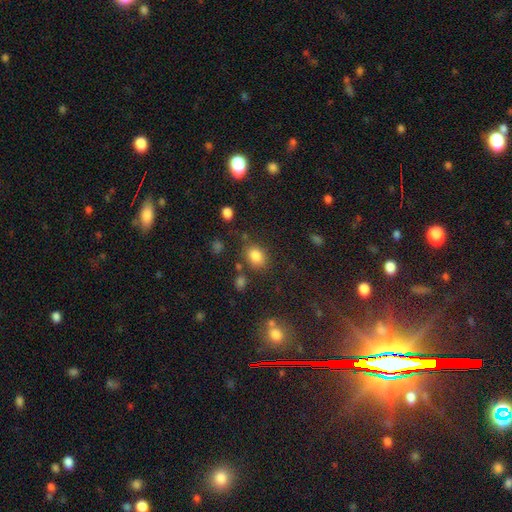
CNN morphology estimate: smooth_or_featured: smooth (p=0.82) [alt: star or artifact p=0.12]
how_rounded: in between (p=0.62) [alt: round p=0.37]
merging: none (p=0.74) [alt: minor disturbance p=0.14]